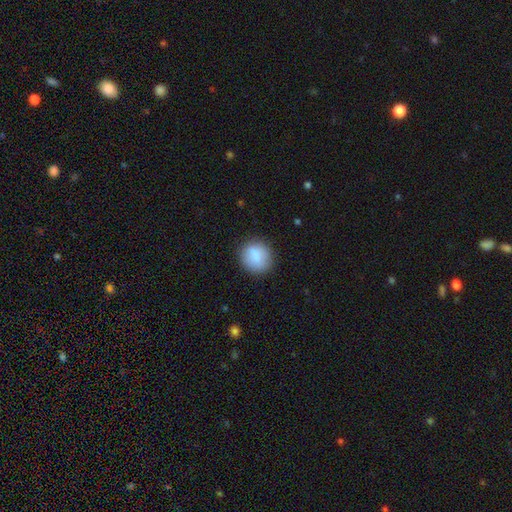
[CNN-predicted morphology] This is clearly a smooth galaxy (82%). How rounded: likely round (73%). Merging: clearly none (84%).